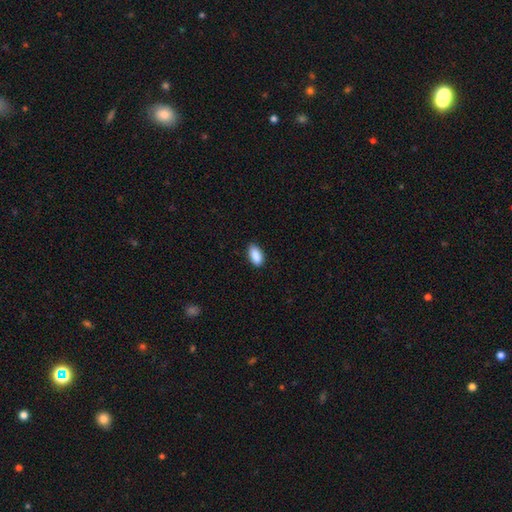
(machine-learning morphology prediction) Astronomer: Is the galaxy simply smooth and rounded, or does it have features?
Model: smooth — 90%.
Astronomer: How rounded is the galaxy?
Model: in between — 92%.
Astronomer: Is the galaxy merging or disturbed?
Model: none — 86%.